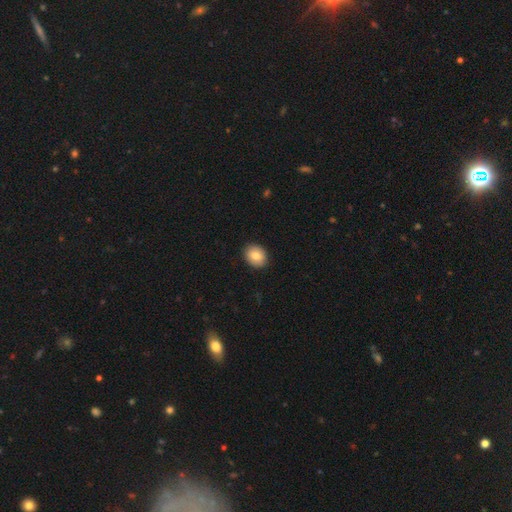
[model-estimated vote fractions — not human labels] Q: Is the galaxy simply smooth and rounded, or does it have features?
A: smooth — 83%.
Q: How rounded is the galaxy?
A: round — 52%.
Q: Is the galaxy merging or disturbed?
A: none — 91%.